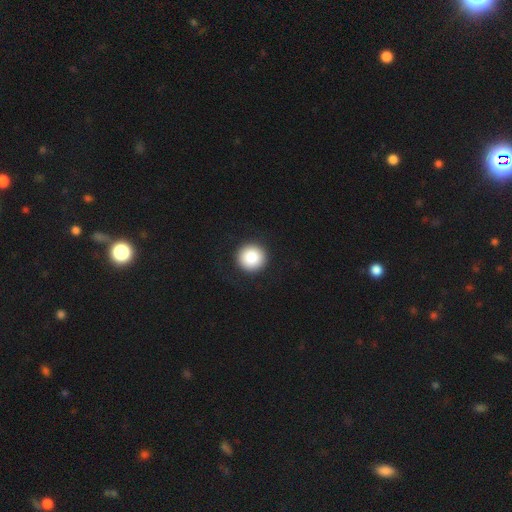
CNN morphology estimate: A smooth galaxy with no disk features (87%) that is round (96%).

Vote fractions:
- Smooth or featured? smooth: 87% / star or artifact: 8% / featured or disk: 5%
- How rounded? round: 96% / in between: 3% / cigar-shaped: 1%
- Merging? none: 92% / minor disturbance: 5% / major disturbance: 2% / merger: 1%